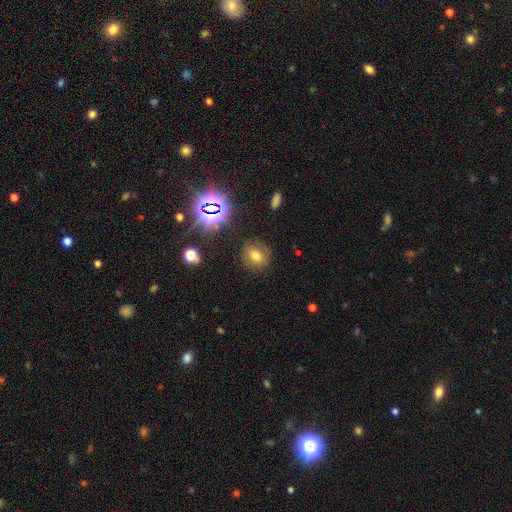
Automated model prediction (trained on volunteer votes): smooth-or-featured: smooth: 66% | star or artifact: 22% | featured or disk: 12%
  how-rounded: round: 65% | in between: 33% | cigar-shaped: 1%
  merging: none: 83% | minor disturbance: 11% | major disturbance: 4% | merger: 2%